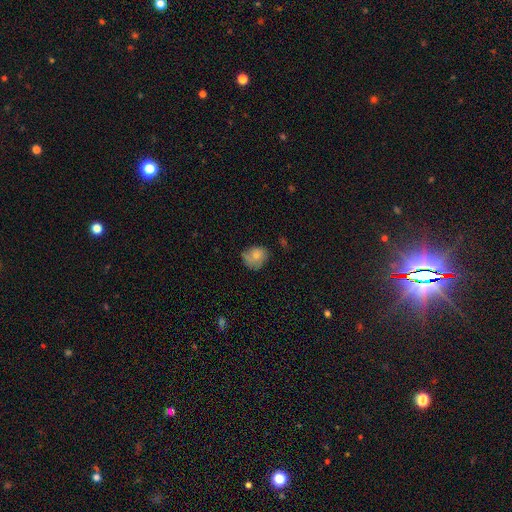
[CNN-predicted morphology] This is likely a smooth galaxy (73%). How rounded: likely round (62%). Merging: possibly none (52%).